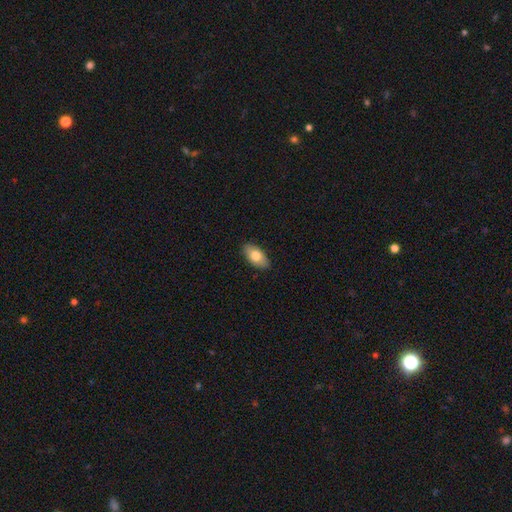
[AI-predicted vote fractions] smooth_or_featured: smooth (p=0.76) [alt: featured or disk p=0.17]
how_rounded: in between (p=0.92) [alt: round p=0.04]
merging: none (p=0.88) [alt: minor disturbance p=0.10]